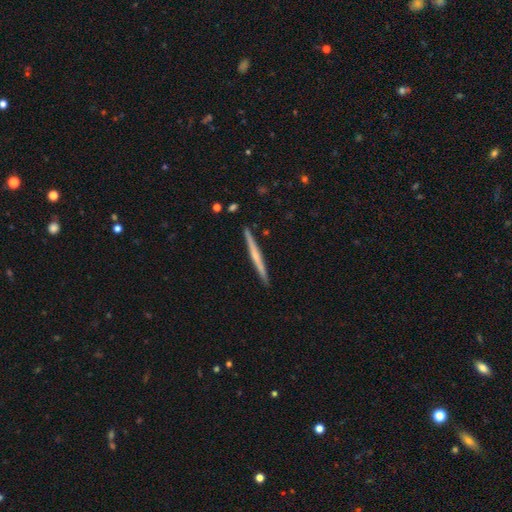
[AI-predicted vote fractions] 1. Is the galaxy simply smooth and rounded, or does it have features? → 60% featured or disk, 34% smooth, 5% star or artifact.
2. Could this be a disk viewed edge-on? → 98% yes, 2% no.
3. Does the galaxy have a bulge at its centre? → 54% none, 40% rounded, 6% boxy.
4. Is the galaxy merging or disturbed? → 92% none, 6% minor disturbance, 1% merger, 1% major disturbance.